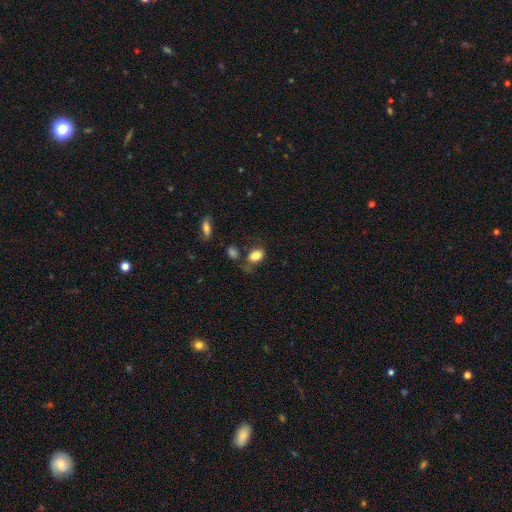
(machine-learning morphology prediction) This appears to be a smooth galaxy with no disk features (83%) that is in between round and cigar-shaped (80%). Merging: none (57%).